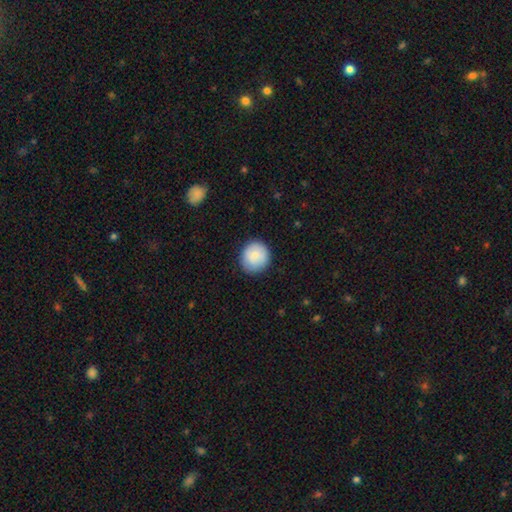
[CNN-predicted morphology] type=smooth (84%); roundness=round (91%); merging=none (86%).